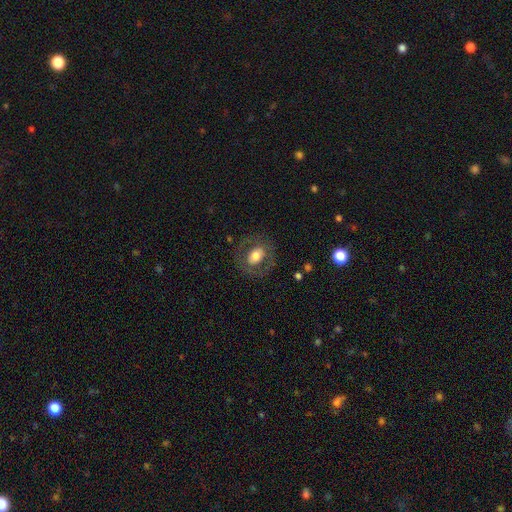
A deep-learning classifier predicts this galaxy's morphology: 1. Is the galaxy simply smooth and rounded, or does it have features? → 57% smooth, 35% featured or disk, 8% star or artifact.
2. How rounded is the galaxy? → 53% in between, 46% round, 1% cigar-shaped.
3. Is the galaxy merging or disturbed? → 77% none, 13% minor disturbance, 9% major disturbance, 1% merger.